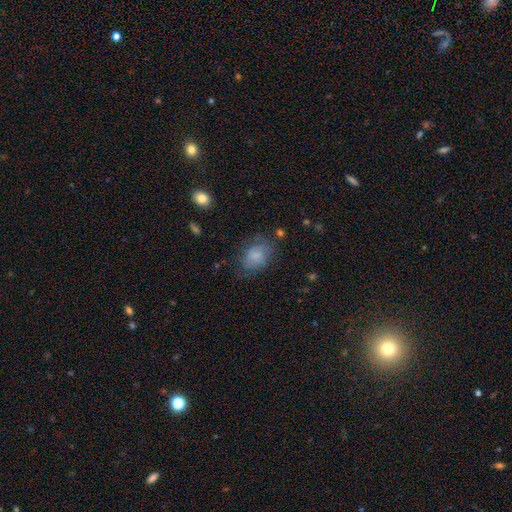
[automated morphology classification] Smooth or featured? smooth (73%)
How rounded? in between (73%)
Merging? none (59%)